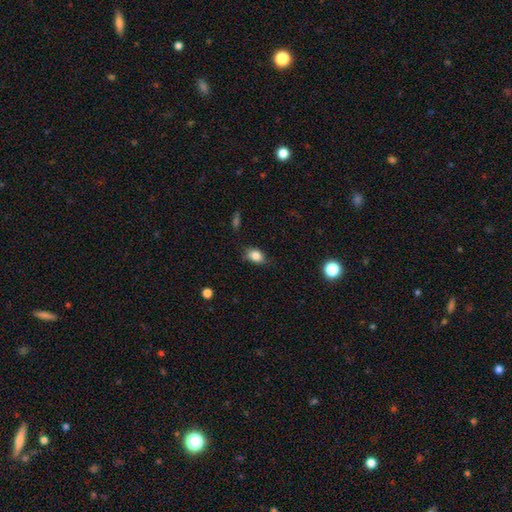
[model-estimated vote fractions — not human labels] This is clearly a smooth galaxy (83%). How rounded: likely in between (75%). Merging: likely none (73%).